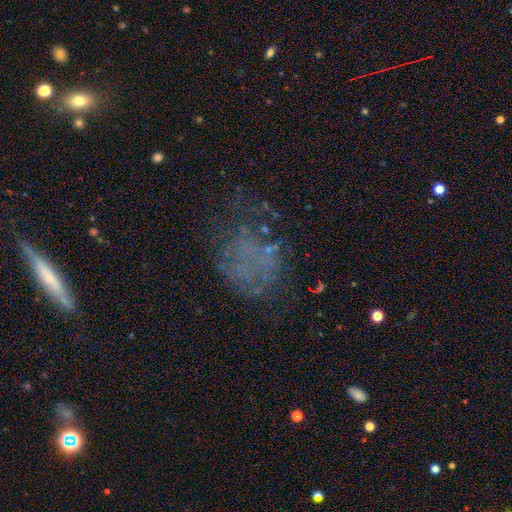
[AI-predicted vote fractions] Smooth or featured? Predicted: featured or disk (p=0.37). Merging? Predicted: none (p=0.50).